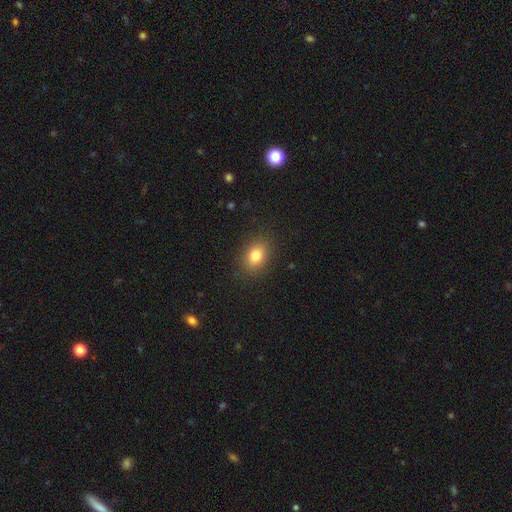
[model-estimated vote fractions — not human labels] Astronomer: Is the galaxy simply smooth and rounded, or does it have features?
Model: smooth — 81%.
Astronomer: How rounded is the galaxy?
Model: in between — 66%.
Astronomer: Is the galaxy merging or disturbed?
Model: none — 88%.